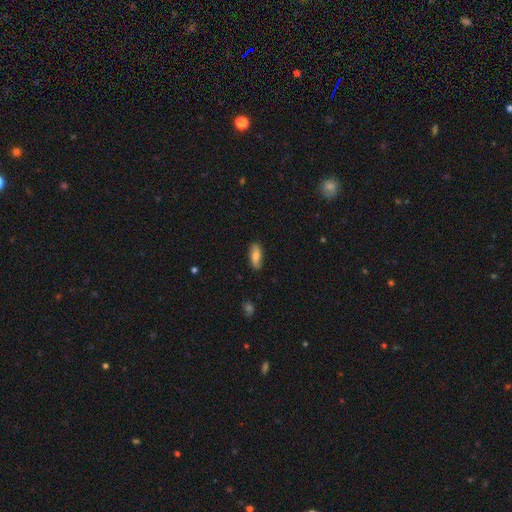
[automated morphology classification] Smooth or featured? Predicted: smooth (p=0.64). How rounded? Predicted: in between (p=0.72). Merging? Predicted: none (p=0.84).